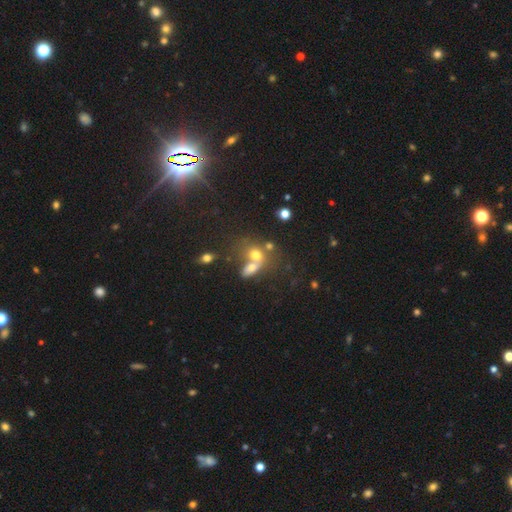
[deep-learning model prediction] This appears to be a smooth galaxy with no disk features (63%) that is in between round and cigar-shaped (50%). Merging: merger (61%).